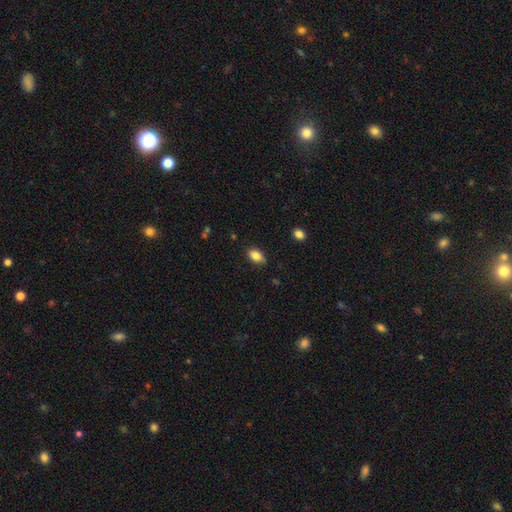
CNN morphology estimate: This appears to be a smooth galaxy with no disk features (85%) that is in between round and cigar-shaped (89%). Merging: none (81%).